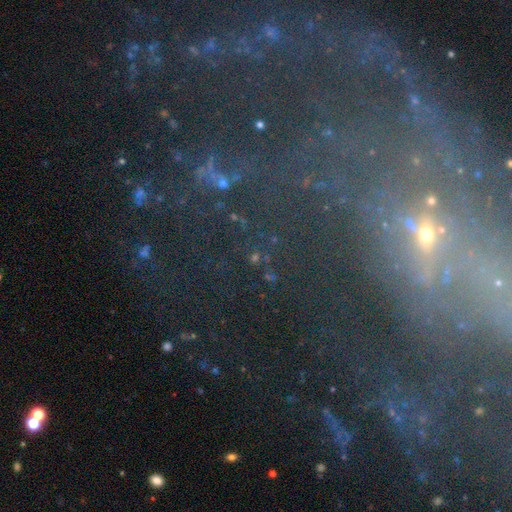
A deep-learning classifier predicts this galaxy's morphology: Overall: star or artifact (72%).